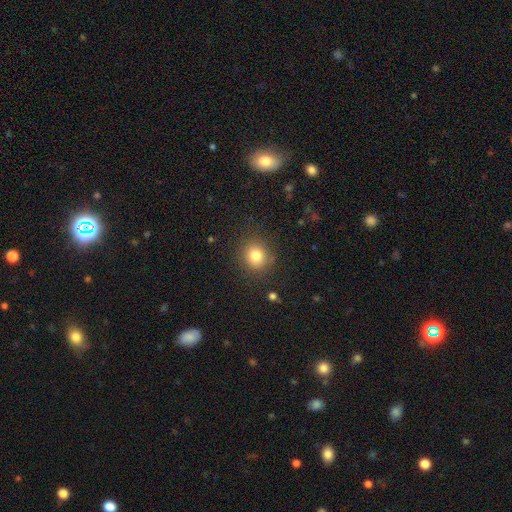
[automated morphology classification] Smooth or featured? Predicted: smooth (p=0.79). How rounded? Predicted: round (p=0.86). Merging? Predicted: none (p=0.85).